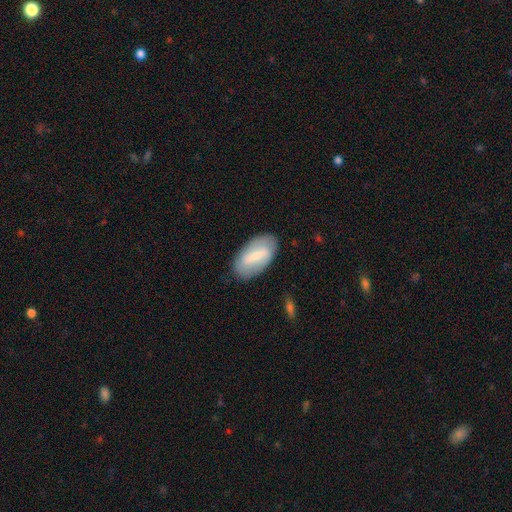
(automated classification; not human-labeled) Overall: smooth (47%, tied with featured or disk). Merging: none (83%).